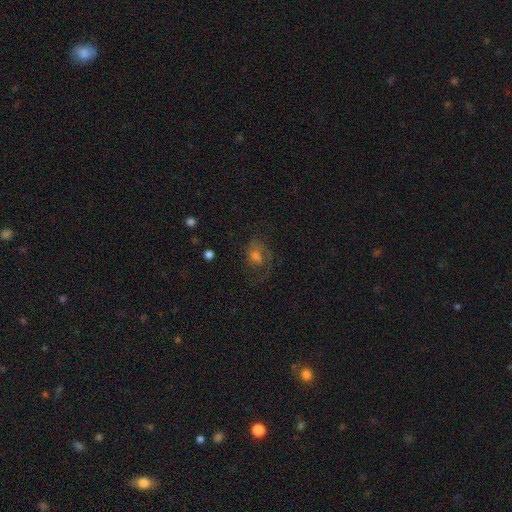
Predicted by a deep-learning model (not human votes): Morphology: type=featured or disk (43%); merging=none (44%).